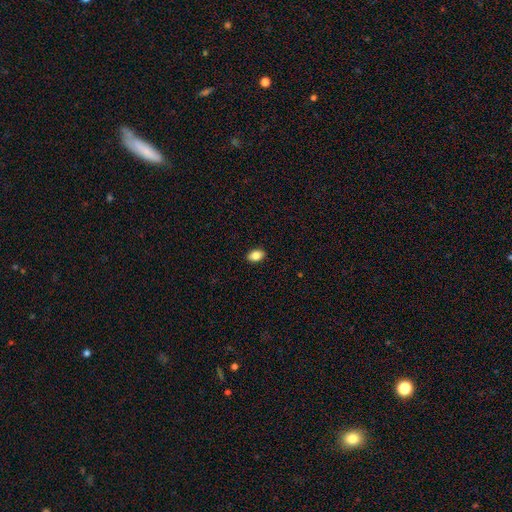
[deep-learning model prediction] Smooth or featured? smooth (85%)
How rounded? in between (83%)
Merging? none (90%)